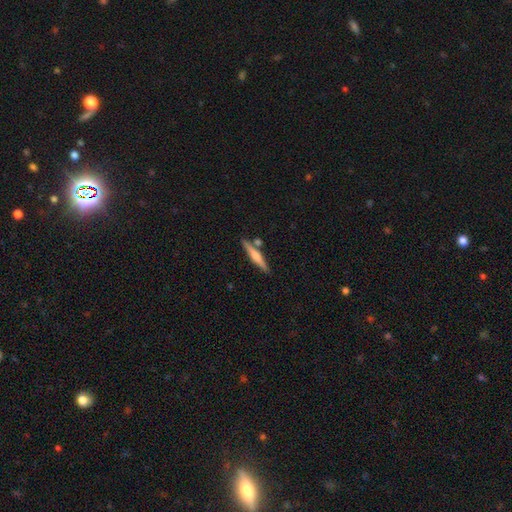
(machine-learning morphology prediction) The model was most divided on "smooth or featured": featured or disk: 49%, smooth: 45%, star or artifact: 6%. More confident: merging — none (80%).